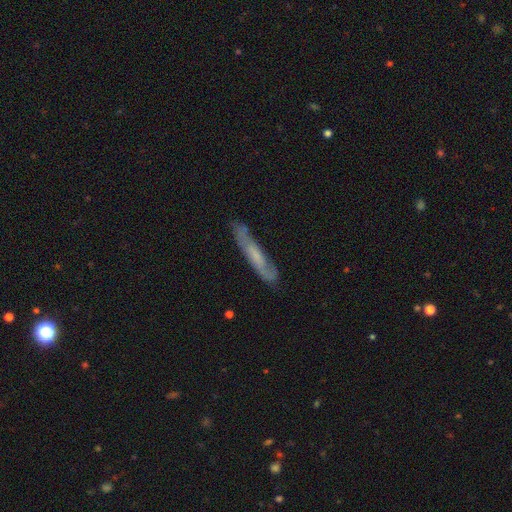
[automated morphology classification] Overall: featured or disk (54%; smooth 39%). Edge-on disk: yes (59%; no 41%). Merging: none (73%).